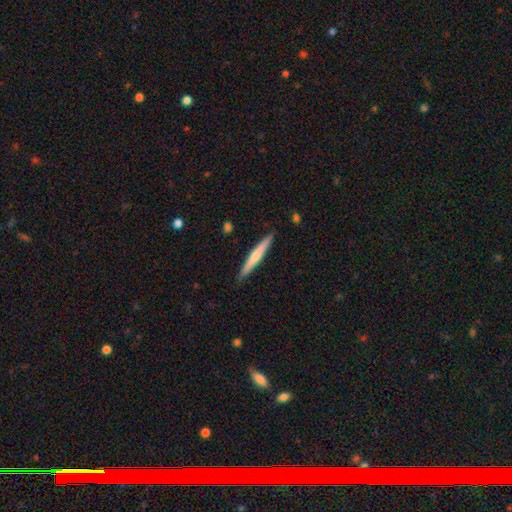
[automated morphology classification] Smooth or featured?
  - smooth: 49% *
  - featured or disk: 46%
  - star or artifact: 5%
Merging?
  - none: 90% *
  - minor disturbance: 8%
  - major disturbance: 1%
  - merger: 1%